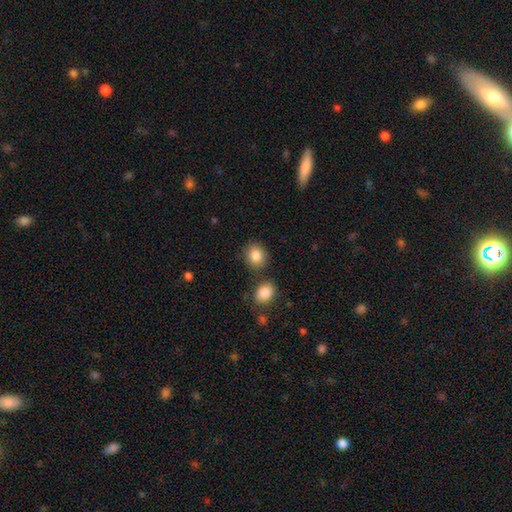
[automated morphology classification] smooth-or-featured: smooth: 85% | star or artifact: 9% | featured or disk: 6%
  how-rounded: round: 71% | in between: 28% | cigar-shaped: 1%
  merging: none: 77% | minor disturbance: 10% | merger: 9% | major disturbance: 3%